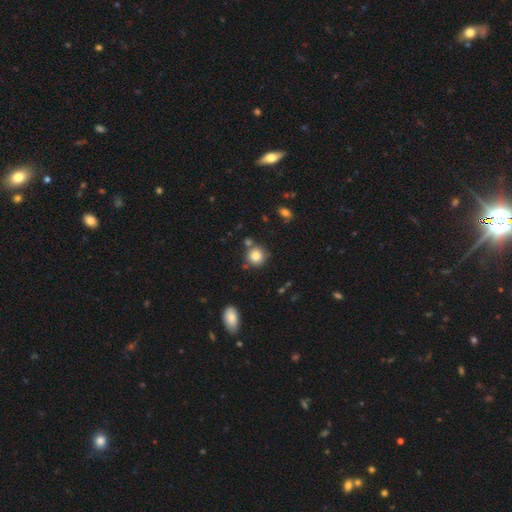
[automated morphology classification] type=smooth (82%); roundness=round (89%); merging=none (75%).